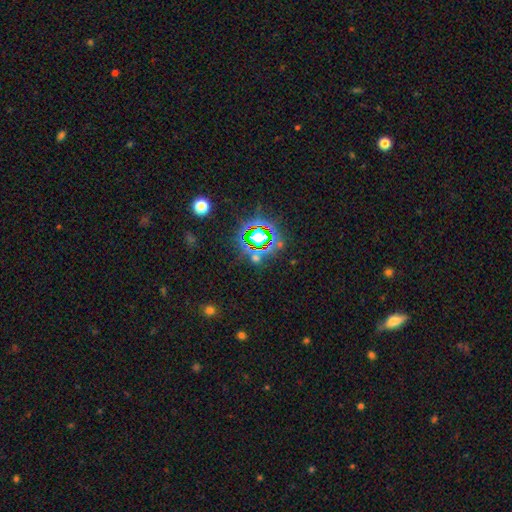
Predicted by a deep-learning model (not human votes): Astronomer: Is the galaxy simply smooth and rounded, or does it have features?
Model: star or artifact — 75%.